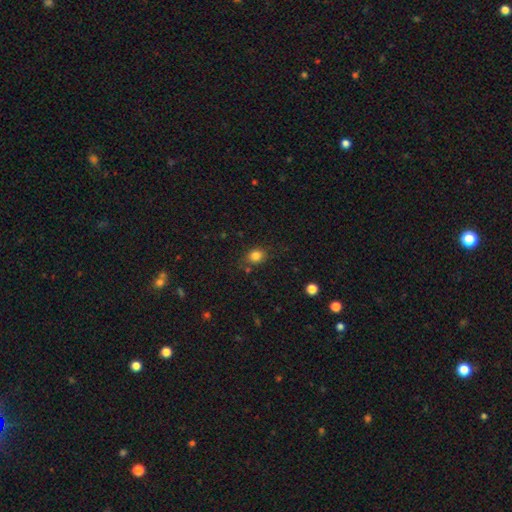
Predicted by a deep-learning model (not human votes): A smooth galaxy with no disk features (82%) that is round (59%).

Vote fractions:
- Smooth or featured? smooth: 82% / star or artifact: 12% / featured or disk: 6%
- How rounded? round: 59% / in between: 40% / cigar-shaped: 1%
- Merging? none: 76% / minor disturbance: 16% / major disturbance: 5% / merger: 4%